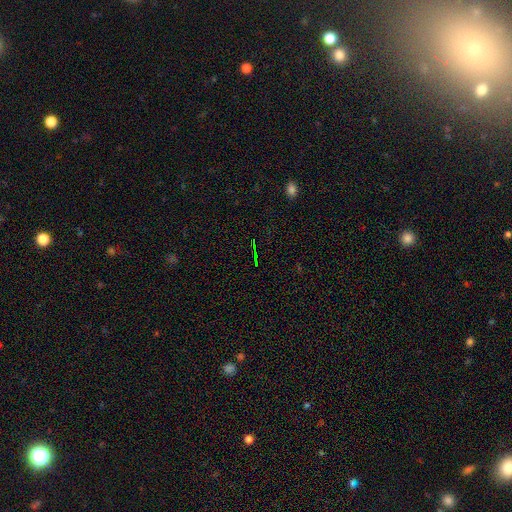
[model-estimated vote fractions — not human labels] This appears to be a star or artifact, not a galaxy (73%).